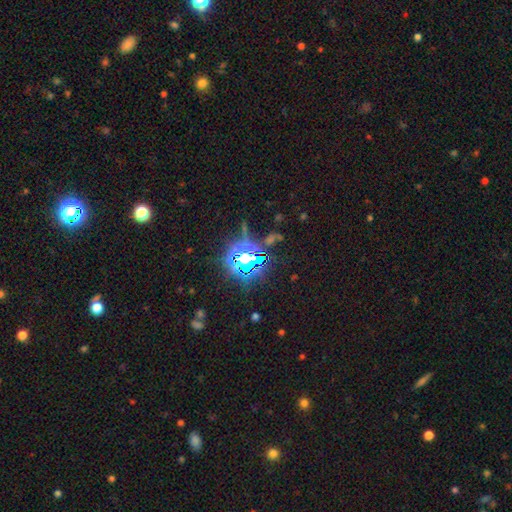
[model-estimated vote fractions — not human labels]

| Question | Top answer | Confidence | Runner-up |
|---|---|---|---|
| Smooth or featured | star or artifact | 83% | smooth (11%) |